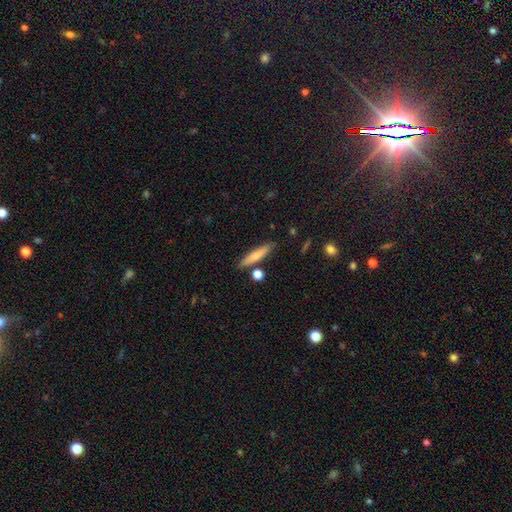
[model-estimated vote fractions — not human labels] smooth 69%, featured or disk 25%, star or artifact 6%. Down the decision tree: how rounded — cigar-shaped (87%); merging — none (82%).